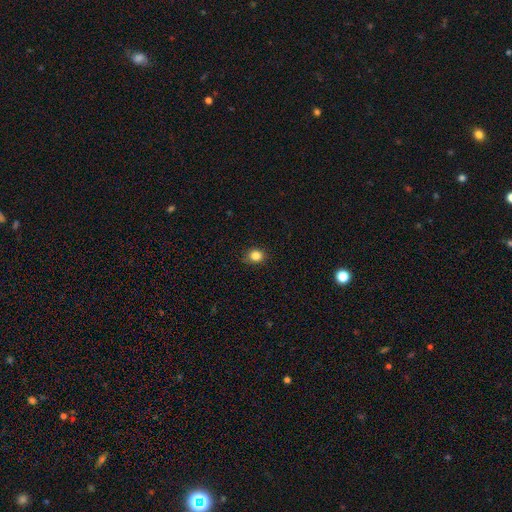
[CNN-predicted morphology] Overall: smooth (84%). How rounded: round (67%; in between 32%). Merging: none (83%).